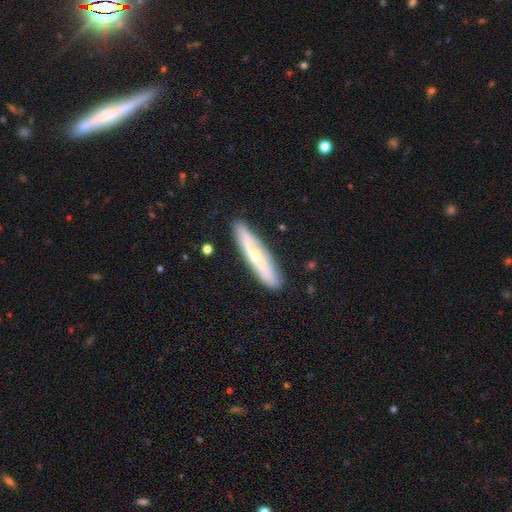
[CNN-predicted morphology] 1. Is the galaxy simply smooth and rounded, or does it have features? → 49% featured or disk, 45% smooth, 6% star or artifact.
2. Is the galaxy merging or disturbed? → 86% none, 10% minor disturbance, 2% major disturbance, 2% merger.